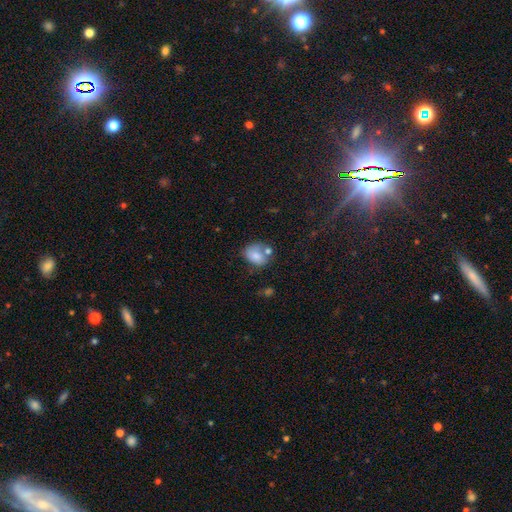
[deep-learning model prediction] Smooth or featured? smooth (77%)
How rounded? in between (58%)
Merging? none (47%)